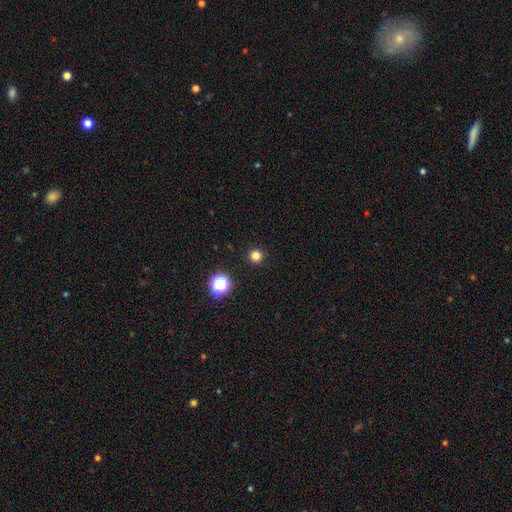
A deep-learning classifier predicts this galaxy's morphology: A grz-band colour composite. It shows a smooth galaxy with no disk features (79%) that is round (96%). Merging: none (93%).